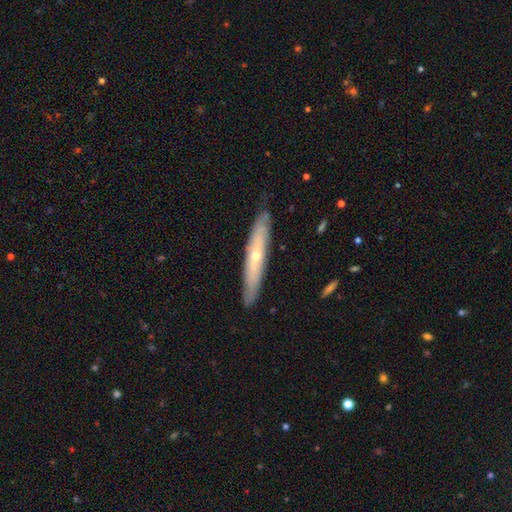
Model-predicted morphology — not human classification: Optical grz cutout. It shows a featured or disk galaxy (60%) viewed edge-on (72%). Merging: none (84%).